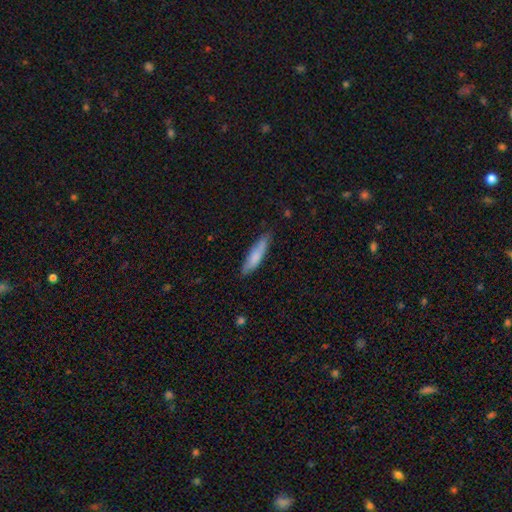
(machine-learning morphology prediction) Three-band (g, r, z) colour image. It shows a smooth galaxy with no disk features (75%) that is cigar-shaped (76%). Merging: none (79%).